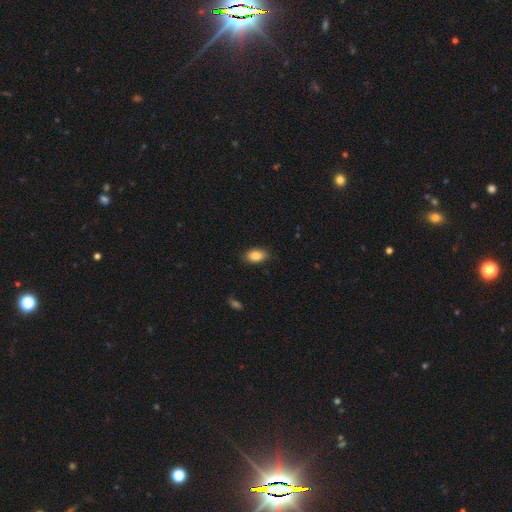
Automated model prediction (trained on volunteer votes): Morphology: type=smooth (85%); roundness=in between (91%); merging=none (85%).